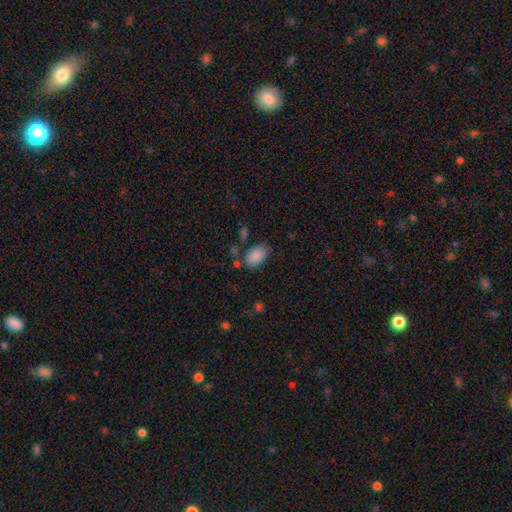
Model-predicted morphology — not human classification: type=smooth (88%); roundness=in between (89%); merging=none (71%).